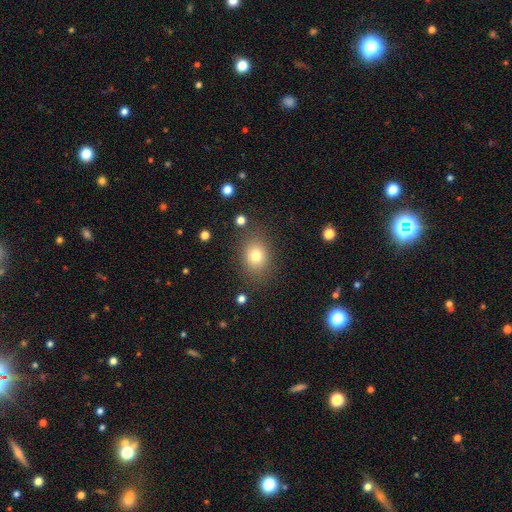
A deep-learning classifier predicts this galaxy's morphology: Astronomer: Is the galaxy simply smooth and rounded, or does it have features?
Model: smooth — 76%.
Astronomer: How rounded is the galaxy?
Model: in between — 52% (runner-up: round, 47%).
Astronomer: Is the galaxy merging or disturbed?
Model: none — 81%.